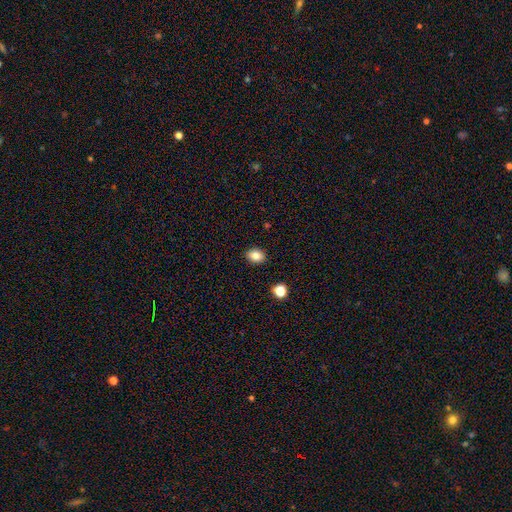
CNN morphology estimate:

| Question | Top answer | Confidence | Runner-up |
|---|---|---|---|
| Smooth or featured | smooth | 84% | star or artifact (10%) |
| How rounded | in between | 67% | round (32%) |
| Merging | none | 89% | minor disturbance (8%) |